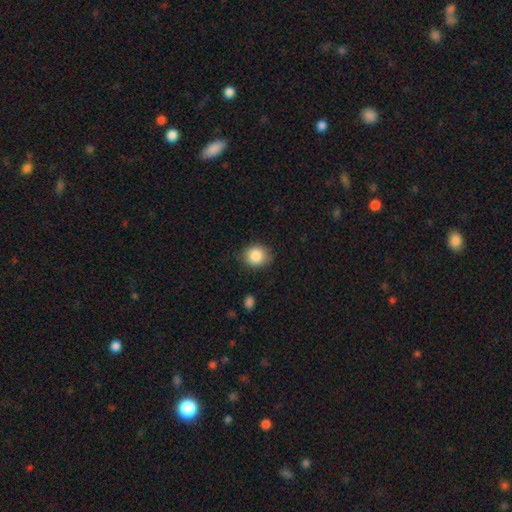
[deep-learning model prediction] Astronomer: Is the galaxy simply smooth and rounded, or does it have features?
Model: smooth — 86%.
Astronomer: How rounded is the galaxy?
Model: round — 73%.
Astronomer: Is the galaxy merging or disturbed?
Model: none — 80%.